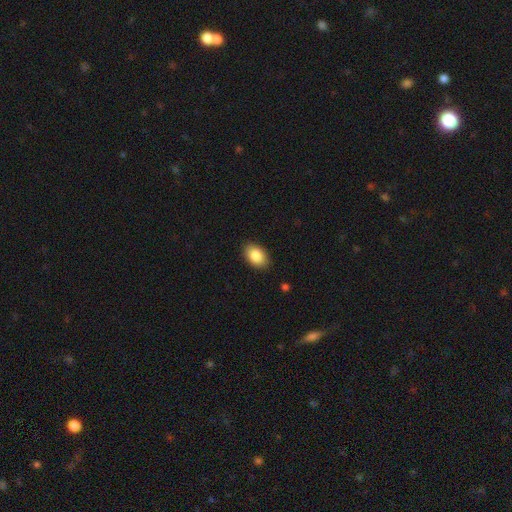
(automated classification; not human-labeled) smooth_or_featured: smooth (p=0.86) [alt: star or artifact p=0.07]
how_rounded: in between (p=0.89) [alt: round p=0.10]
merging: none (p=0.88) [alt: minor disturbance p=0.09]